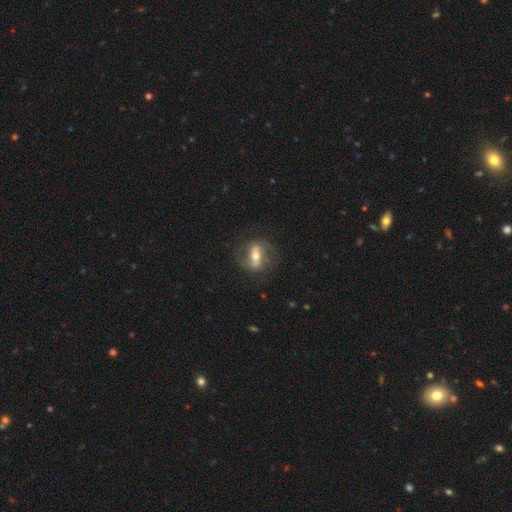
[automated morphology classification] A featured or disk galaxy (60%) with a strong bar (50%), spiral arms (66%) and a moderate central bulge (69%). Merging: none (72%).